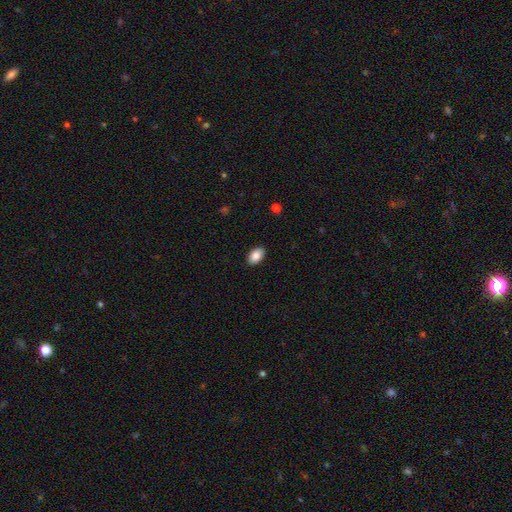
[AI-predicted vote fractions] This appears to be a smooth galaxy with no disk features (88%) that is in between round and cigar-shaped (92%). Merging: none (90%).